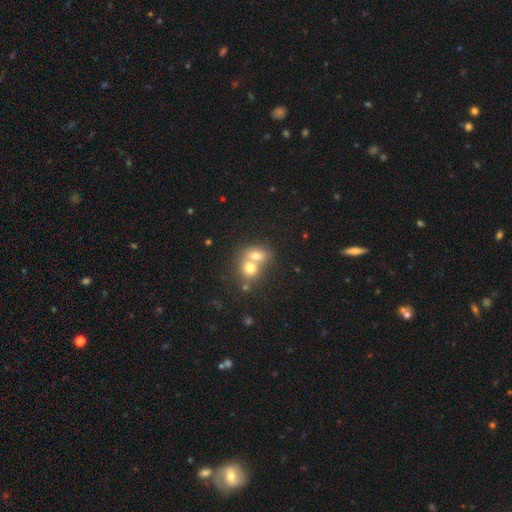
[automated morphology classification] smooth_or_featured: smooth (p=0.69) [alt: featured or disk p=0.20]
how_rounded: round (p=0.56) [alt: in between p=0.43]
merging: merger (p=0.70) [alt: none p=0.22]